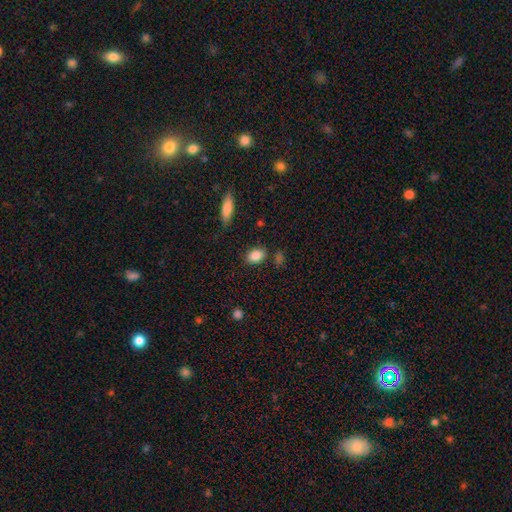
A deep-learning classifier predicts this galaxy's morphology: Q: Smooth or featured?
A: smooth (87%); runner-up: star or artifact (8%)
Q: How rounded?
A: in between (82%); runner-up: round (16%)
Q: Merging?
A: none (82%); runner-up: minor disturbance (11%)